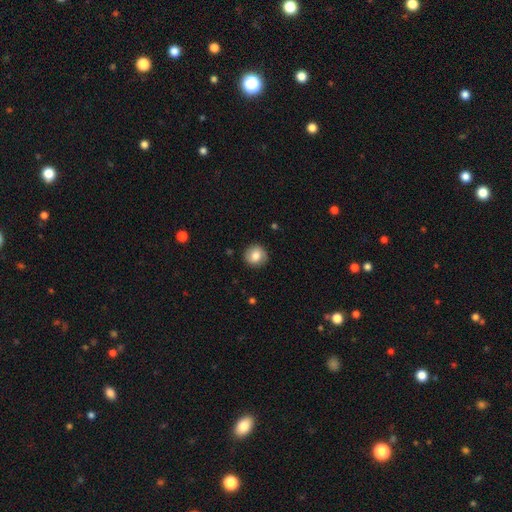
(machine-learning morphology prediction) Q: Smooth or featured?
A: smooth (79%); runner-up: featured or disk (12%)
Q: How rounded?
A: round (90%); runner-up: in between (9%)
Q: Merging?
A: none (87%); runner-up: minor disturbance (9%)